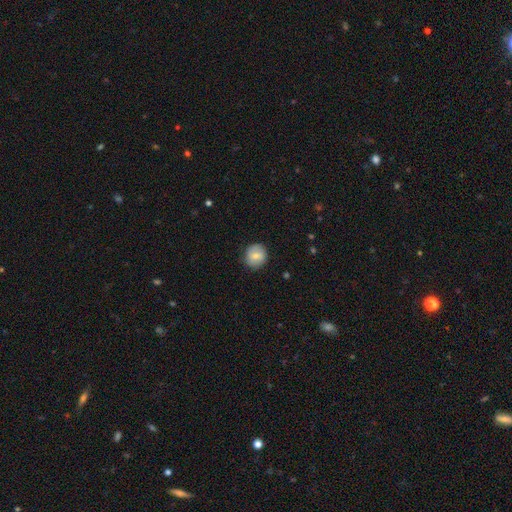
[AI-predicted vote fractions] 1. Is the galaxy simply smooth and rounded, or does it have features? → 71% smooth, 22% featured or disk, 8% star or artifact.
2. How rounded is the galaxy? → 83% round, 16% in between, 1% cigar-shaped.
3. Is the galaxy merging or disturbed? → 84% none, 12% minor disturbance, 3% major disturbance, 1% merger.